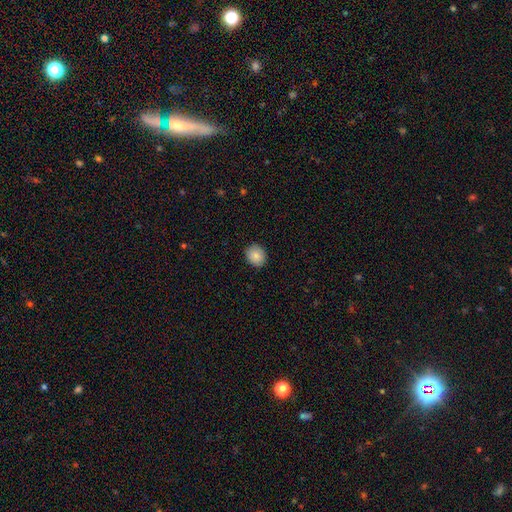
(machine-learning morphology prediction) smooth_or_featured: smooth (p=0.86) [alt: star or artifact p=0.08]
how_rounded: round (p=0.59) [alt: in between p=0.40]
merging: none (p=0.87) [alt: minor disturbance p=0.10]